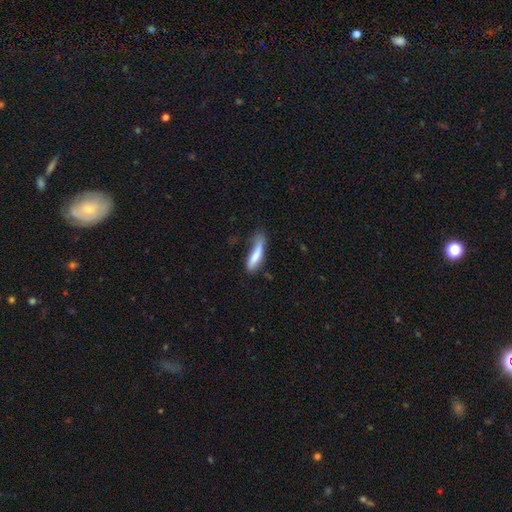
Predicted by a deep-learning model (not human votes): smooth 75%, featured or disk 19%, star or artifact 6%. Down the decision tree: how rounded — cigar-shaped (77%); merging — none (41%).